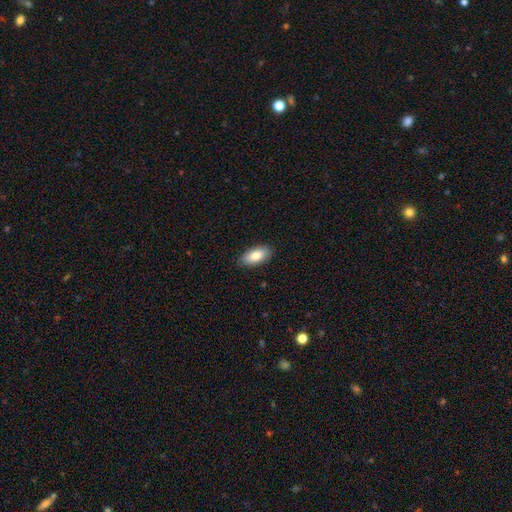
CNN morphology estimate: Q: Smooth or featured?
A: smooth (83%); runner-up: featured or disk (10%)
Q: How rounded?
A: in between (90%); runner-up: cigar-shaped (8%)
Q: Merging?
A: none (87%); runner-up: minor disturbance (10%)